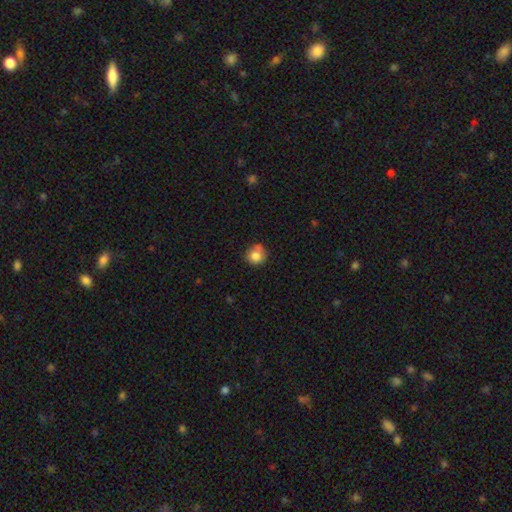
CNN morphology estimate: Smooth or featured? smooth (81%)
How rounded? round (86%)
Merging? none (59%)